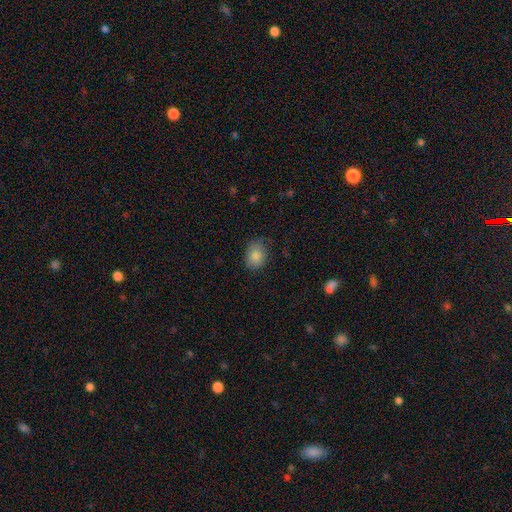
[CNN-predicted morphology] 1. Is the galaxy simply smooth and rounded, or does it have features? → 85% smooth, 8% star or artifact, 6% featured or disk.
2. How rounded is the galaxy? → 64% in between, 35% round, 1% cigar-shaped.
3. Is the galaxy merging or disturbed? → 76% none, 19% minor disturbance, 4% major disturbance, 1% merger.